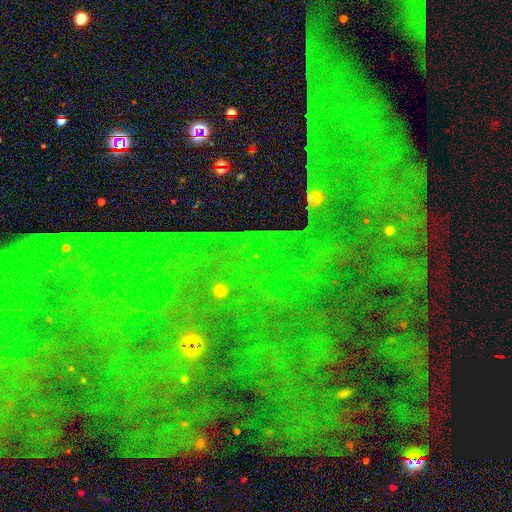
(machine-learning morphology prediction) smooth_or_featured: star or artifact (p=0.83) [alt: featured or disk p=0.10]